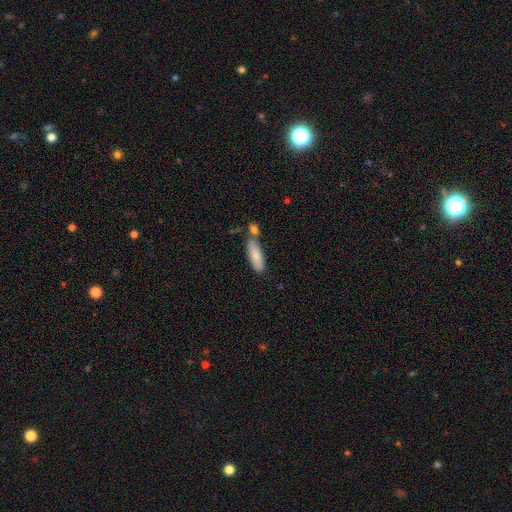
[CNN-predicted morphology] smooth_or_featured: smooth (p=0.81) [alt: featured or disk p=0.13]
how_rounded: in between (p=0.53) [alt: cigar-shaped p=0.45]
merging: none (p=0.56) [alt: merger p=0.24]